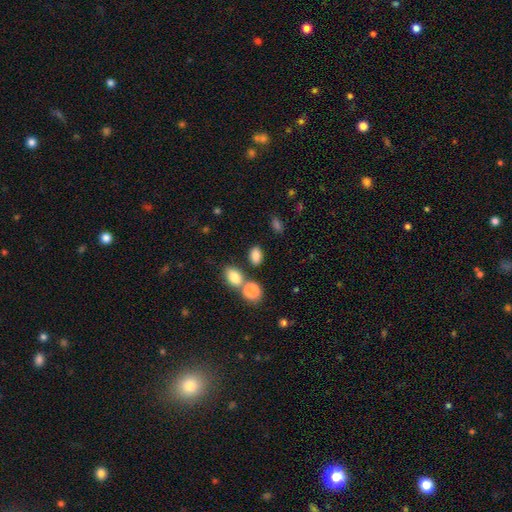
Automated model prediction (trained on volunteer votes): Morphology: type=smooth (84%); roundness=in between (83%); merging=none (66%).